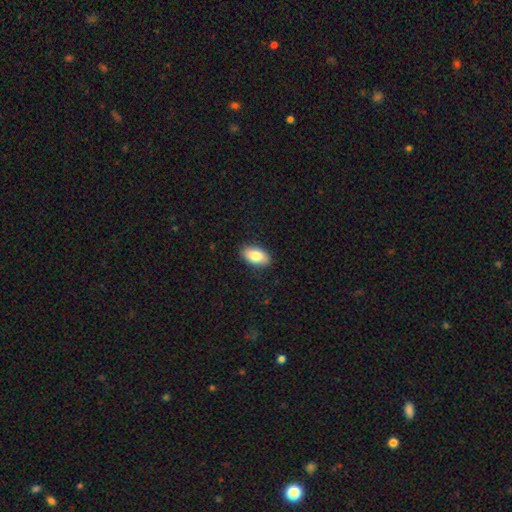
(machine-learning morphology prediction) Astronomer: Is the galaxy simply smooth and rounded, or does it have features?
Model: smooth — 84%.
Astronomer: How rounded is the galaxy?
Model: in between — 93%.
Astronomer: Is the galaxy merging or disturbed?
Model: none — 88%.